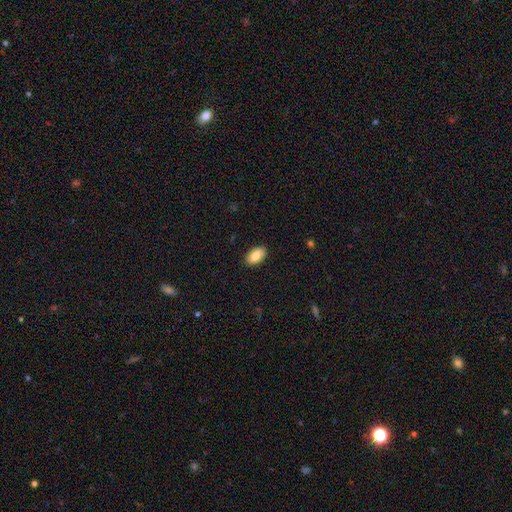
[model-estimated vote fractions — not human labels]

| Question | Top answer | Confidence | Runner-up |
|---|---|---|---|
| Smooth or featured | smooth | 86% | featured or disk (7%) |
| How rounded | in between | 94% | round (5%) |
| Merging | none | 89% | minor disturbance (8%) |